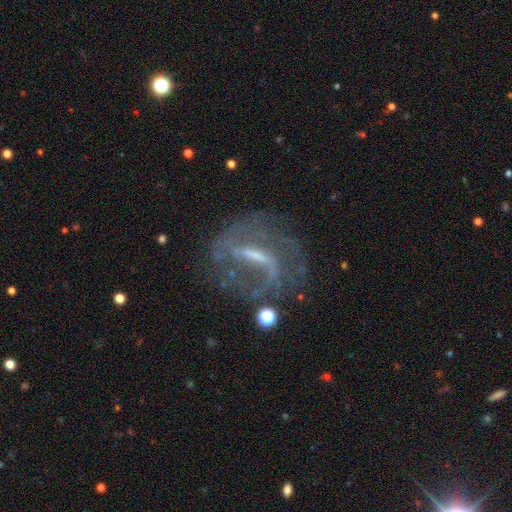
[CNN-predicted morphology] This is clearly a featured or disk galaxy (83%). It is clearly not viewed edge-on (93%). Bar: possibly strong (59%). Spiral arm pattern: clearly yes (86%). Spiral arm count: likely 2 (61%). Spiral winding: marginally medium (44%). Central bulge: marginally small (41%). Merging: possibly none (58%).